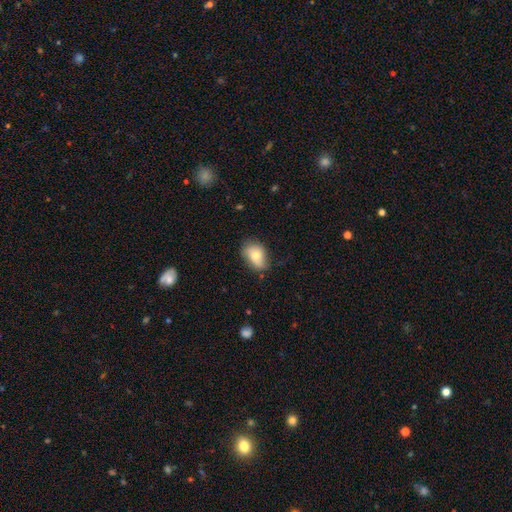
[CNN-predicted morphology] smooth-or-featured: smooth: 72% | featured or disk: 20% | star or artifact: 8%
  how-rounded: in between: 84% | round: 15% | cigar-shaped: 2%
  merging: none: 59% | minor disturbance: 32% | major disturbance: 8% | merger: 2%